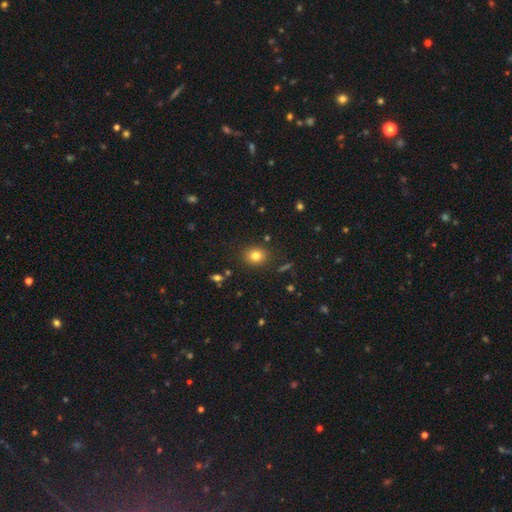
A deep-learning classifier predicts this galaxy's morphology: Smooth or featured? smooth (78%)
How rounded? round (65%)
Merging? none (87%)